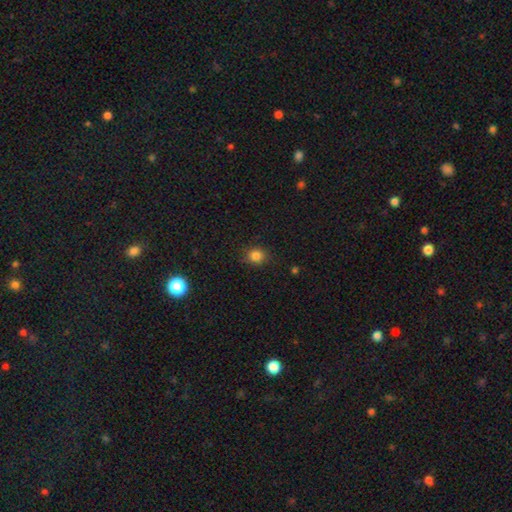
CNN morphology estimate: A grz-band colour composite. It shows a smooth galaxy with no disk features (83%) that is round (79%). Merging: none (86%).